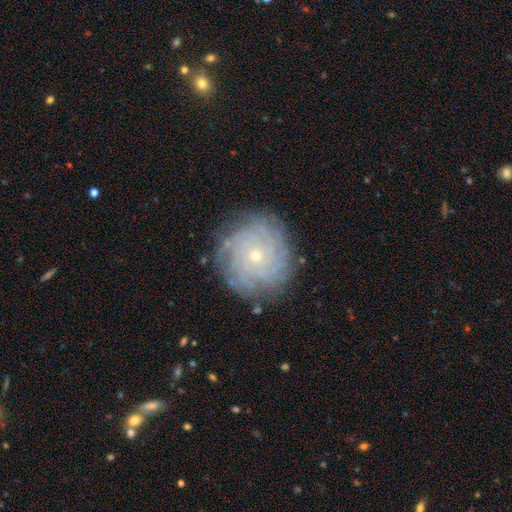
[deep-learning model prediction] Smooth or featured?
  - featured or disk: 77% *
  - smooth: 14%
  - star or artifact: 9%
Edge-on disk?
  - no: 97% *
  - yes: 3%
Bar?
  - no: 83% *
  - weak: 14%
  - strong: 3%
Spiral arms?
  - yes: 93% *
  - no: 7%
Spiral winding?
  - tight: 82% *
  - medium: 14%
  - loose: 4%
Spiral arm count?
  - can't tell: 37% *
  - more than 4: 24%
  - 4: 15%
  - 3: 9%
  - 2: 8%
  - 1: 7%
Bulge size?
  - small: 74% *
  - moderate: 23%
  - large: 1%
  - none: 1%
  - dominant: 1%
Merging?
  - none: 84% *
  - minor disturbance: 11%
  - major disturbance: 4%
  - merger: 1%